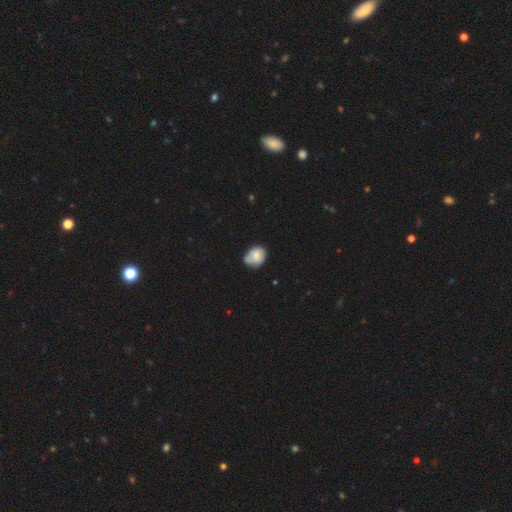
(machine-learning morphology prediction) Q: Smooth or featured?
A: smooth (71%); runner-up: featured or disk (21%)
Q: How rounded?
A: in between (51%); runner-up: round (48%)
Q: Merging?
A: none (53%); runner-up: minor disturbance (35%)